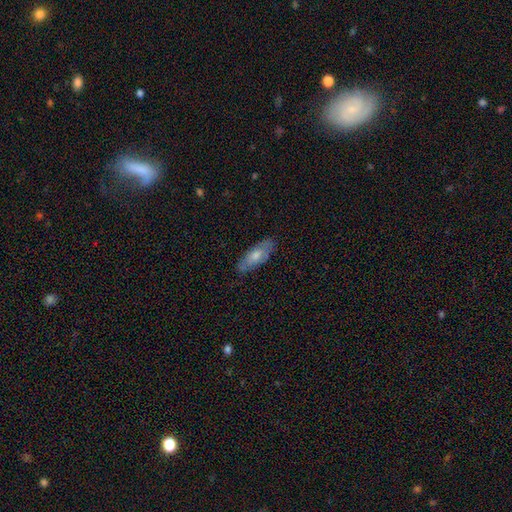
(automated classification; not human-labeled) smooth-or-featured: smooth: 65% | featured or disk: 29% | star or artifact: 6%
  how-rounded: in between: 73% | cigar-shaped: 25% | round: 2%
  merging: none: 77% | minor disturbance: 18% | major disturbance: 4% | merger: 1%